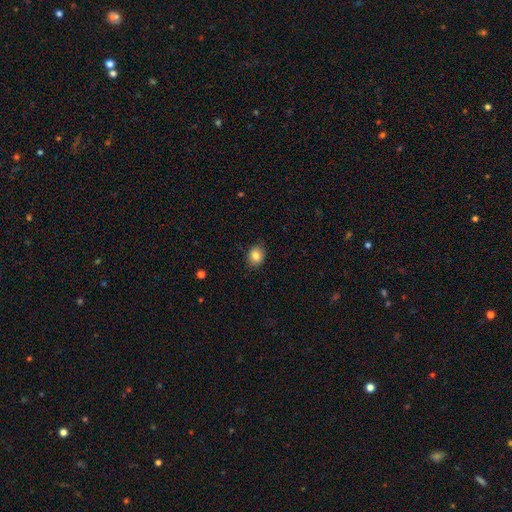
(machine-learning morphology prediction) A smooth galaxy with no disk features (83%) that is round (59%). Merging: none (84%).